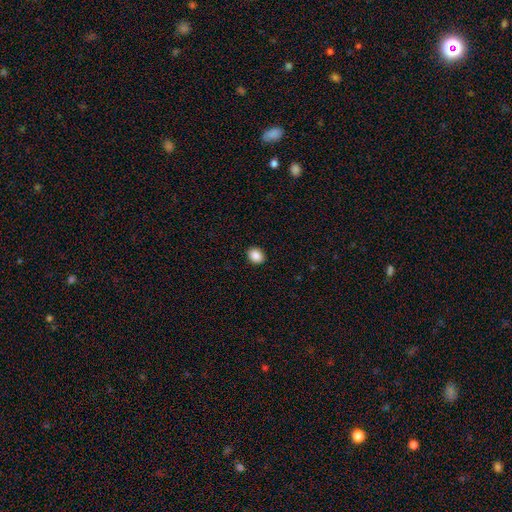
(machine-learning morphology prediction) This appears to be a smooth galaxy with no disk features (88%) that is in between round and cigar-shaped (50%). Merging: none (91%).